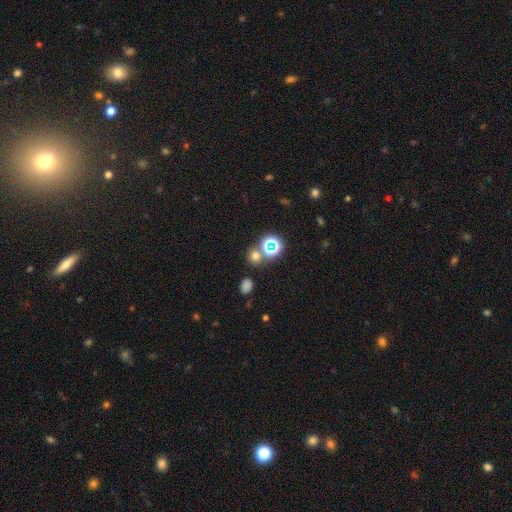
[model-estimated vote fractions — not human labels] Overall: smooth (58%; star or artifact 34%). How rounded: round (77%). Merging: none (69%).